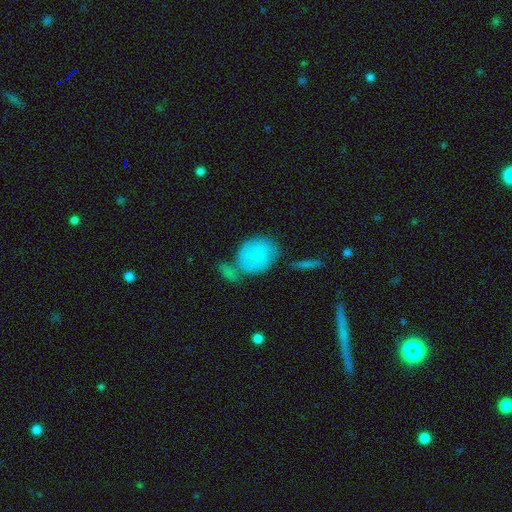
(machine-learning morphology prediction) Overall: smooth (66%). How rounded: round (53%; in between 45%). Merging: none (43%; merger 26%).